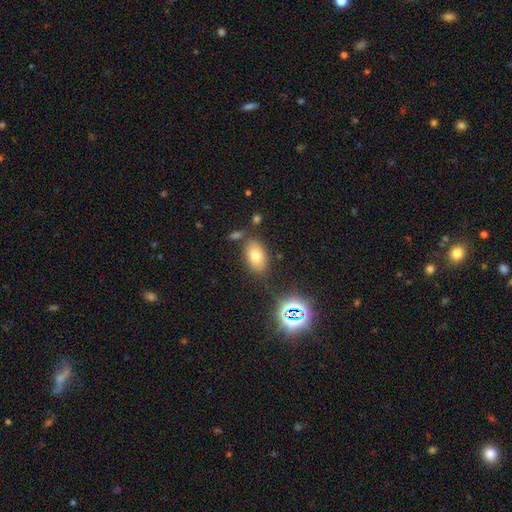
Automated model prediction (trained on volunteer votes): A smooth galaxy with no disk features (74%) that is in between round and cigar-shaped (89%).

Vote fractions:
- Smooth or featured? smooth: 74% / star or artifact: 13% / featured or disk: 13%
- How rounded? in between: 89% / round: 10% / cigar-shaped: 2%
- Merging? none: 77% / minor disturbance: 12% / merger: 6% / major disturbance: 4%